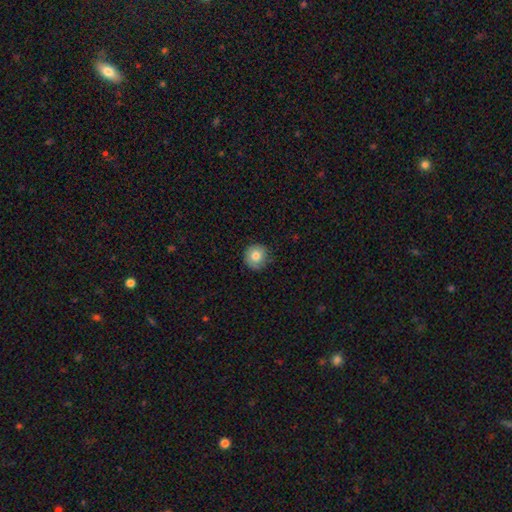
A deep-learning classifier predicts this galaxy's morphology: The model was most divided on "merging": none: 79%, minor disturbance: 17%, major disturbance: 3%, merger: 1%. More confident: how rounded — round (92%); smooth or featured — smooth (77%).